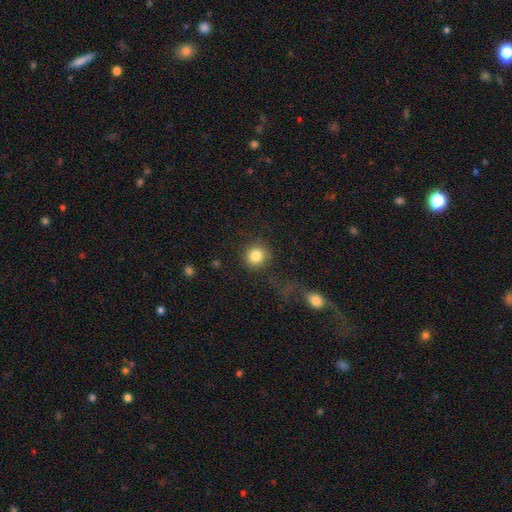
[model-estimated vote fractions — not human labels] Overall: smooth (84%). How rounded: round (91%). Merging: none (82%).